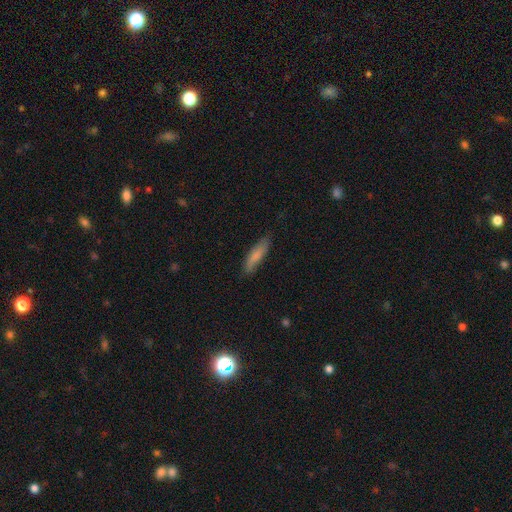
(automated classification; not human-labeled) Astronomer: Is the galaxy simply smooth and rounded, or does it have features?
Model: smooth — 79%.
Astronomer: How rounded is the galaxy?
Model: cigar-shaped — 71%.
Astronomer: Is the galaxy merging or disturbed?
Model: none — 82%.